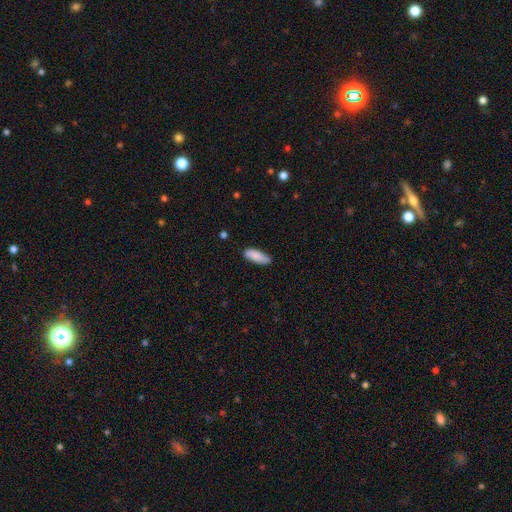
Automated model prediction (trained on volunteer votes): A smooth galaxy with no disk features (84%) that is in between round and cigar-shaped (72%).

Vote fractions:
- Smooth or featured? smooth: 84% / featured or disk: 10% / star or artifact: 6%
- How rounded? in between: 72% / cigar-shaped: 26% / round: 2%
- Merging? none: 81% / minor disturbance: 15% / major disturbance: 2% / merger: 1%